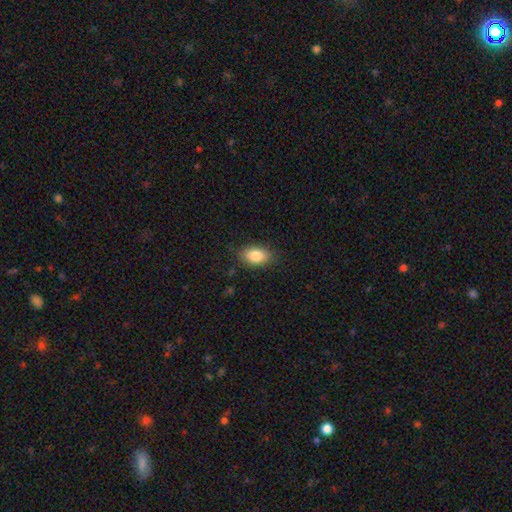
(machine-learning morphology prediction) A smooth galaxy with no disk features (84%) that is in between round and cigar-shaped (90%).

Vote fractions:
- Smooth or featured? smooth: 84% / featured or disk: 8% / star or artifact: 8%
- How rounded? in between: 90% / round: 8% / cigar-shaped: 2%
- Merging? none: 85% / minor disturbance: 11% / major disturbance: 3% / merger: 1%